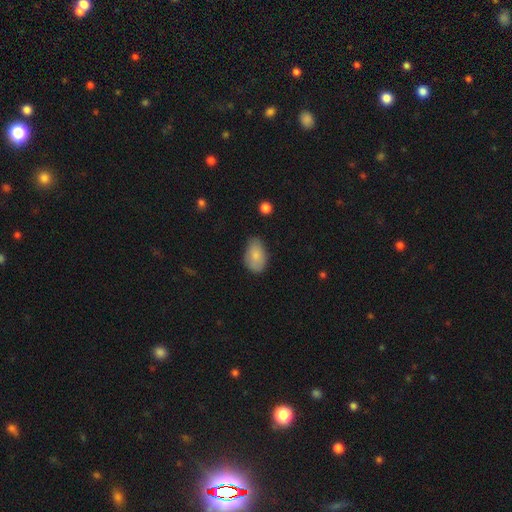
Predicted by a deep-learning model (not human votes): Smooth or featured? Predicted: smooth (p=0.82). How rounded? Predicted: in between (p=0.89). Merging? Predicted: none (p=0.67).